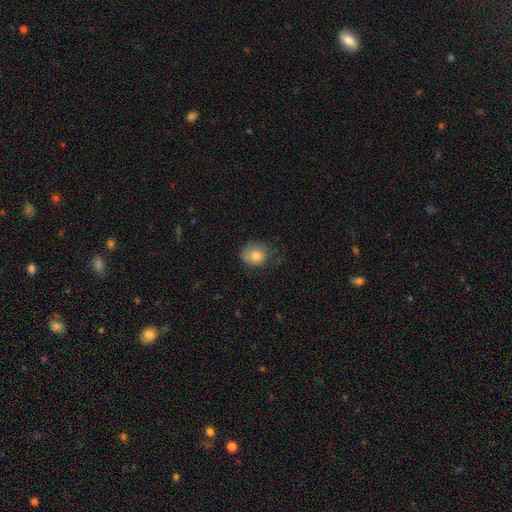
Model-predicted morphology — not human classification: A smooth galaxy with no disk features (76%) that is round (63%). Merging: none (61%).